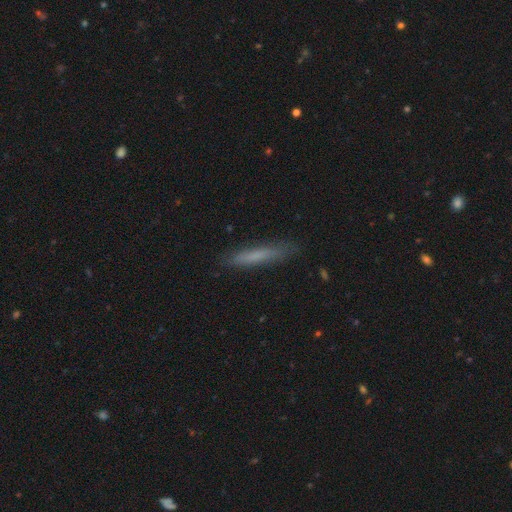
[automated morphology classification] smooth-or-featured: smooth: 69% | featured or disk: 23% | star or artifact: 7%
  how-rounded: cigar-shaped: 93% | in between: 6% | round: 1%
  merging: none: 84% | minor disturbance: 12% | major disturbance: 2% | merger: 1%